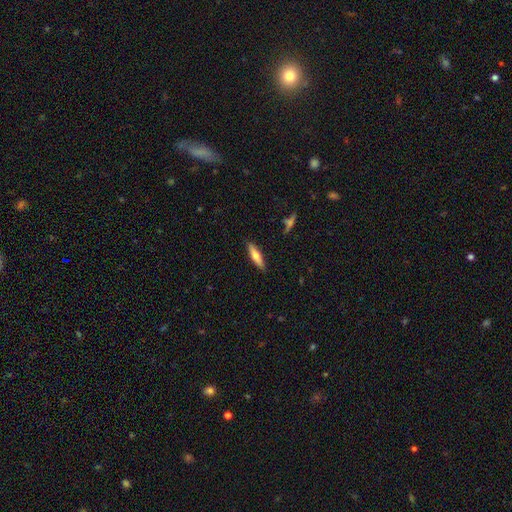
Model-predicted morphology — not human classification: Overall: smooth (62%; featured or disk 32%). How rounded: cigar-shaped (71%). Merging: none (88%).